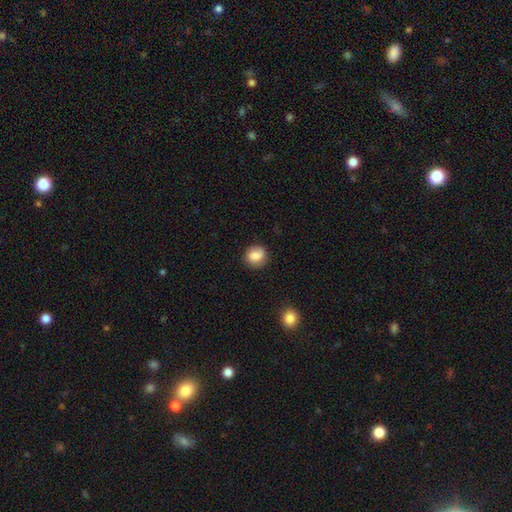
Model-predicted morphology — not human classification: Overall: smooth (80%). How rounded: round (81%). Merging: none (81%).